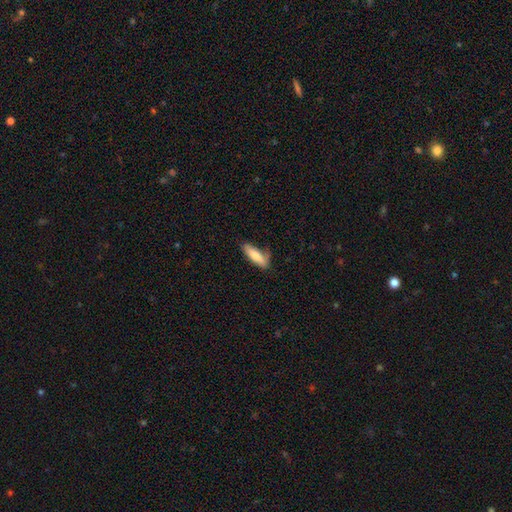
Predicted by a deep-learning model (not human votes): smooth 77%, featured or disk 17%, star or artifact 6%. Down the decision tree: how rounded — cigar-shaped (52%); merging — none (63%).